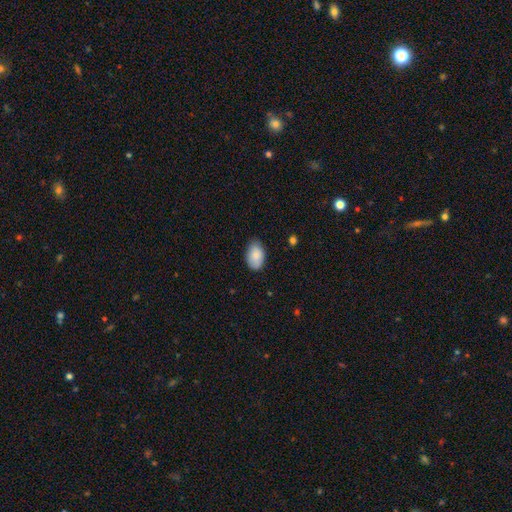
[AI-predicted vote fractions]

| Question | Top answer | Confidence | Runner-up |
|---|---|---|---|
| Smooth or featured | smooth | 85% | featured or disk (8%) |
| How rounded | in between | 91% | round (8%) |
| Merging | none | 76% | minor disturbance (20%) |